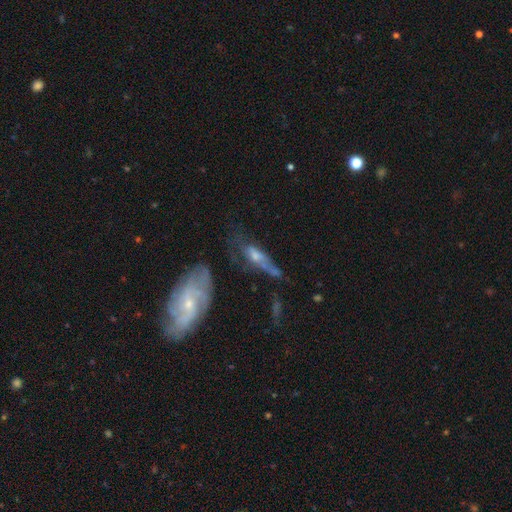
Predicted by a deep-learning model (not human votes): This is possibly a featured or disk galaxy (55%). It is likely not viewed edge-on (65%). Merging: marginally none (34%).